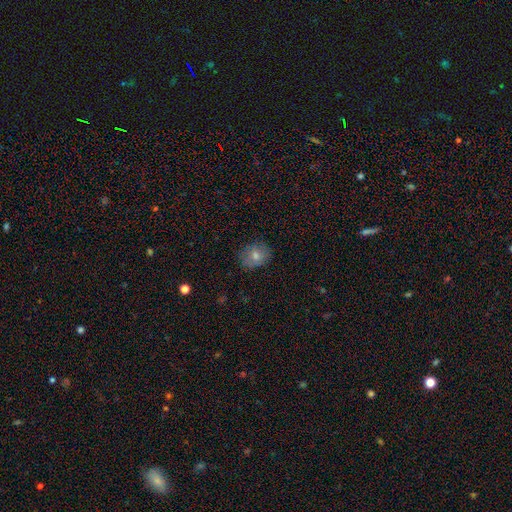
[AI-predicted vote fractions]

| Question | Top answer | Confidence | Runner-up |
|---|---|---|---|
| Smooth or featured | smooth | 69% | featured or disk (18%) |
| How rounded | round | 60% | in between (38%) |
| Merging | none | 82% | minor disturbance (14%) |